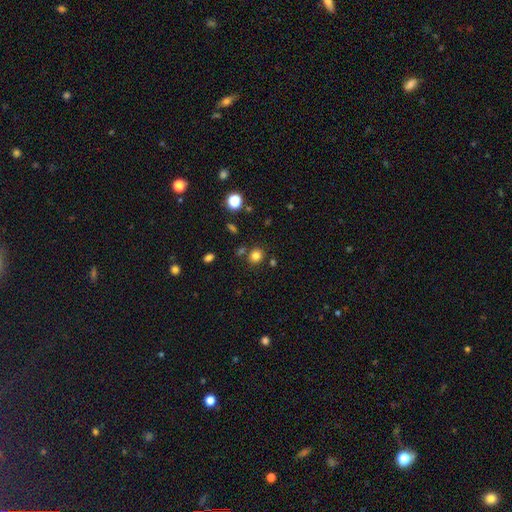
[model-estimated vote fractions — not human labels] The model was most divided on "how rounded": round: 79%, in between: 20%, cigar-shaped: 1%. More confident: smooth or featured — smooth (80%); merging — none (80%).